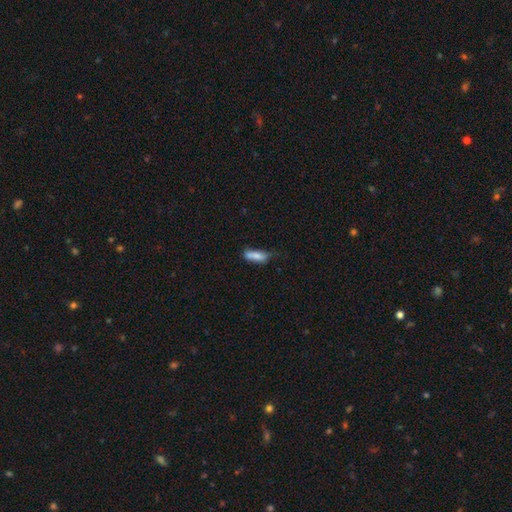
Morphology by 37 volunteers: smooth-or-featured: smooth: 81% | featured or disk: 14% | star or artifact: 5%
  how-rounded: in between: 57% | cigar-shaped: 43% | round: 0%
  merging: none: 69% | minor disturbance: 20% | major disturbance: 6% | merger: 6%